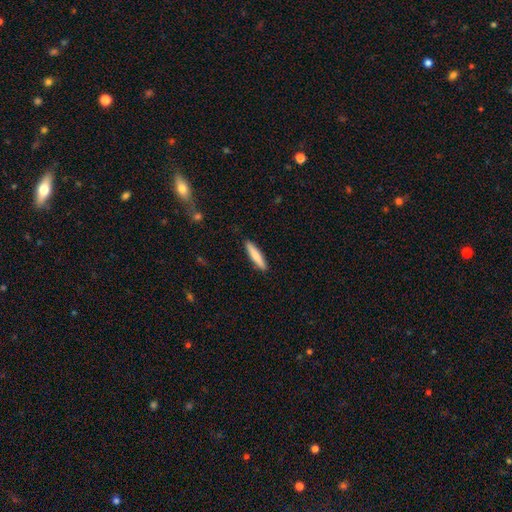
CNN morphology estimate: smooth_or_featured: smooth (p=0.79) [alt: featured or disk p=0.15]
how_rounded: cigar-shaped (p=0.88) [alt: in between p=0.11]
merging: none (p=0.91) [alt: minor disturbance p=0.07]